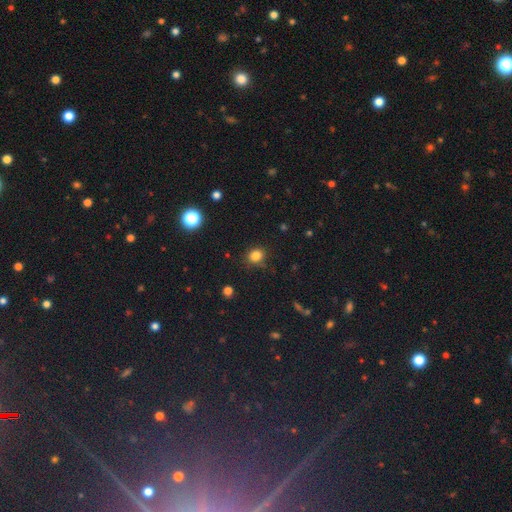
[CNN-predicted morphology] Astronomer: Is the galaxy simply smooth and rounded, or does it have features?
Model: smooth — 82%.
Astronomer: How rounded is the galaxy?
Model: round — 75%.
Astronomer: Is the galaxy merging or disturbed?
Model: none — 83%.